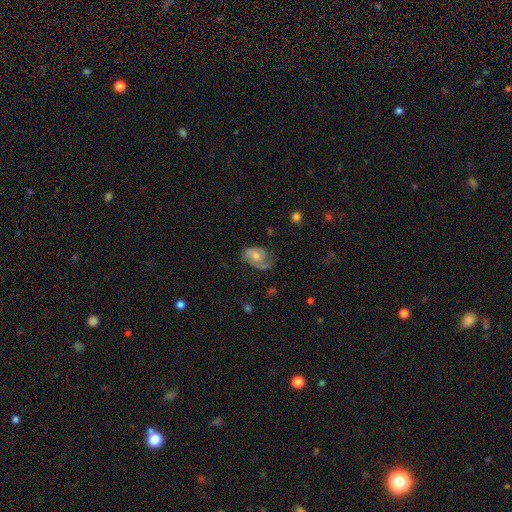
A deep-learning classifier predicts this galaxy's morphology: smooth_or_featured: featured or disk (p=0.69) [alt: smooth p=0.22]
disk_edge_on: no (p=0.96) [alt: yes p=0.04]
bar: no (p=0.68) [alt: weak p=0.27]
has_spiral_arms: yes (p=0.87) [alt: no p=0.13]
spiral_winding: medium (p=0.42) [alt: tight p=0.38]
spiral_arm_count: 2 (p=0.58) [alt: 1 p=0.20]
bulge_size: moderate (p=0.57) [alt: small p=0.35]
merging: none (p=0.62) [alt: minor disturbance p=0.23]